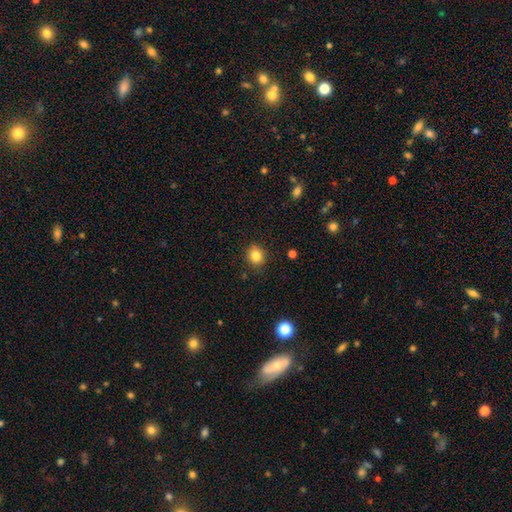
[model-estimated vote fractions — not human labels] Smooth or featured: smooth — 83% (star or artifact — 11%)
How rounded: round — 77% (in between — 22%)
Merging: none — 88% (minor disturbance — 8%)